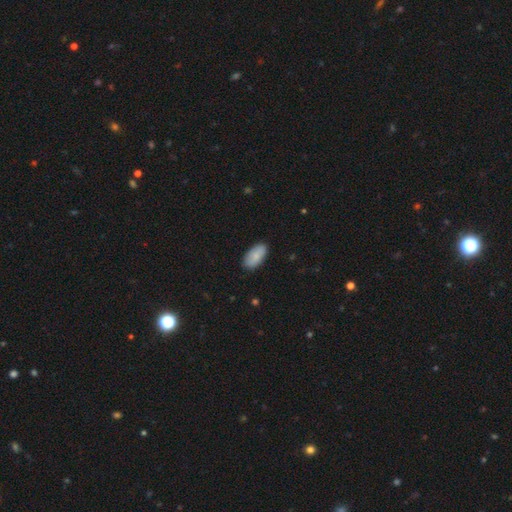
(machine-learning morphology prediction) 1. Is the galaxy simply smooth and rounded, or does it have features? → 85% smooth, 9% featured or disk, 6% star or artifact.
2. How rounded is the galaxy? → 94% in between, 4% cigar-shaped, 2% round.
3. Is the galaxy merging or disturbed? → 86% none, 11% minor disturbance, 2% major disturbance, 1% merger.